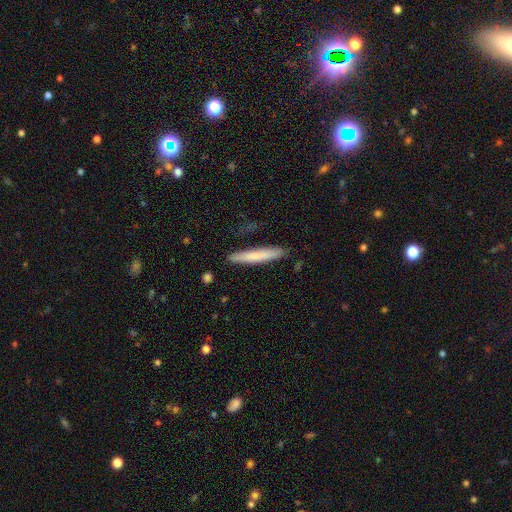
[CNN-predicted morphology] Smooth or featured? Predicted: smooth (p=0.71). How rounded? Predicted: cigar-shaped (p=0.95). Merging? Predicted: none (p=0.89).